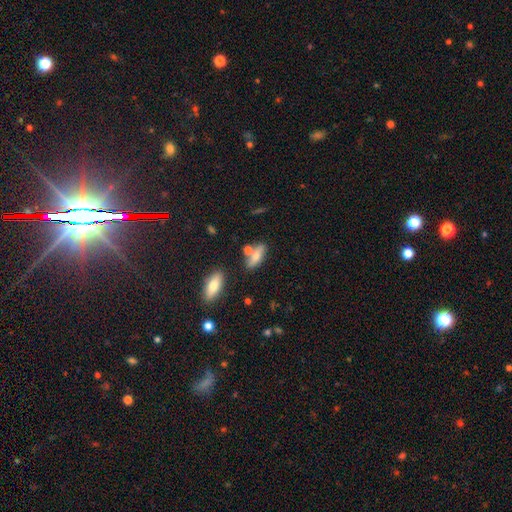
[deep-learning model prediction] Smooth or featured? smooth (67%)
How rounded? in between (66%)
Merging? none (62%)